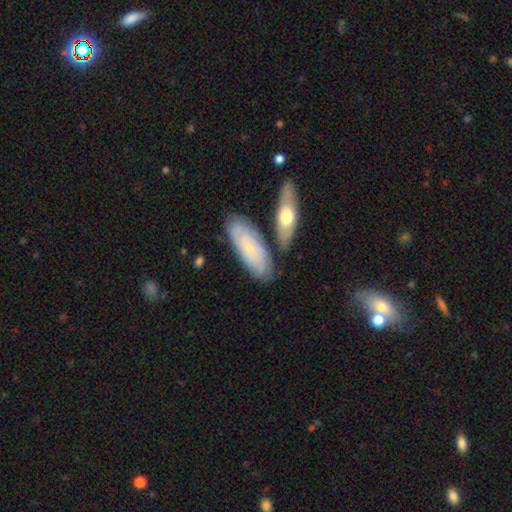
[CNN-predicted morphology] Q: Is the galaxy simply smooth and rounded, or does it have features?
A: featured or disk — 49%.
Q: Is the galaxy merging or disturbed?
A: none — 69%.